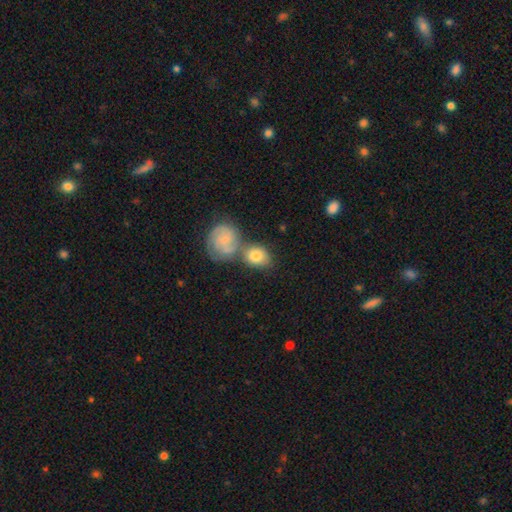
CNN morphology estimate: Smooth or featured: smooth — 68% (featured or disk — 26%)
How rounded: in between — 51% (round — 47%)
Merging: none — 47% (merger — 35%)